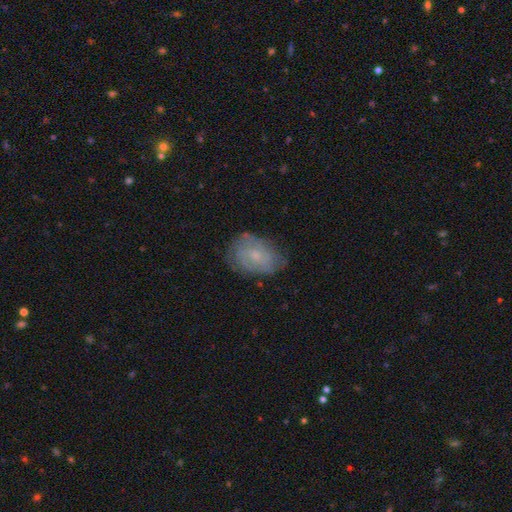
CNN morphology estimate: Smooth or featured?
  - featured or disk: 47% *
  - smooth: 45%
  - star or artifact: 8%
Merging?
  - none: 69% *
  - minor disturbance: 23%
  - major disturbance: 7%
  - merger: 1%